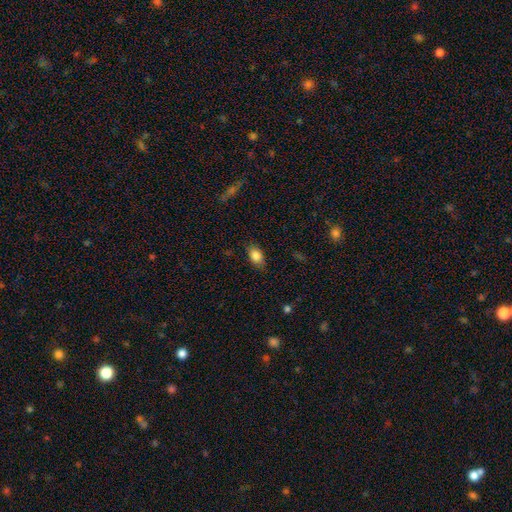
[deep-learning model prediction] Smooth or featured? Predicted: smooth (p=0.84). How rounded? Predicted: in between (p=0.84). Merging? Predicted: none (p=0.81).